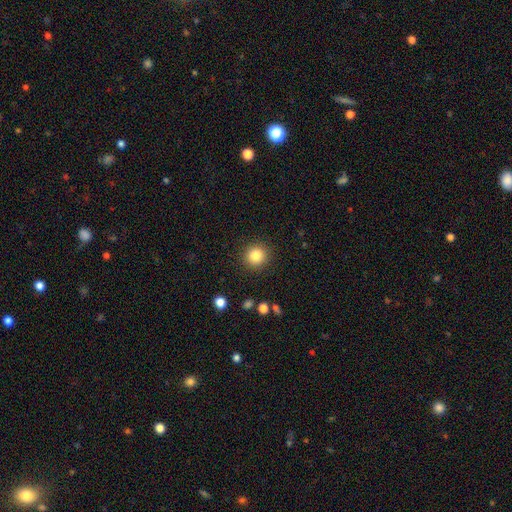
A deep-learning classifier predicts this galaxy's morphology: Smooth or featured? smooth (84%)
How rounded? round (92%)
Merging? none (90%)